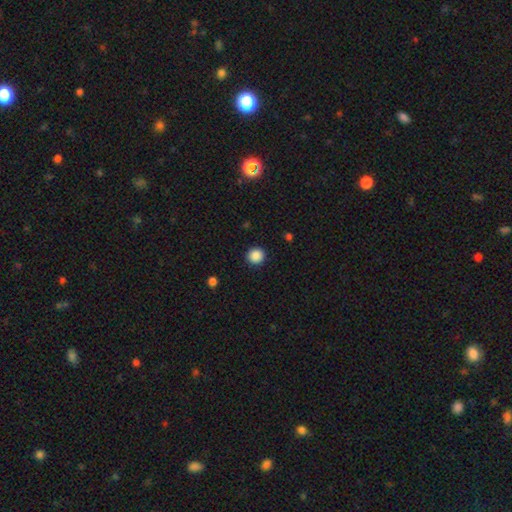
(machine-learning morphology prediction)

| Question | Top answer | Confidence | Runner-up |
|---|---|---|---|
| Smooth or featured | smooth | 87% | star or artifact (10%) |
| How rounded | round | 94% | in between (5%) |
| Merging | none | 92% | minor disturbance (5%) |